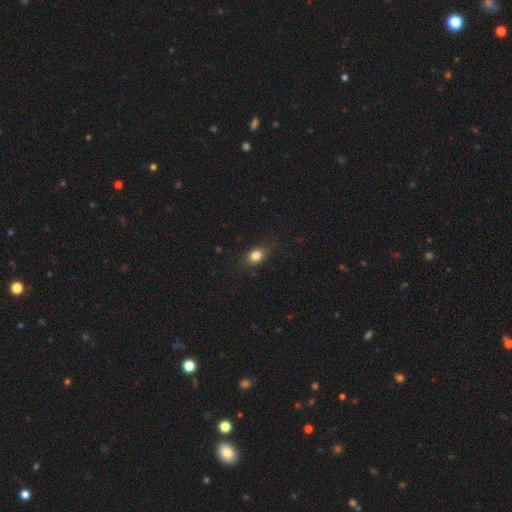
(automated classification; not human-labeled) This is clearly a smooth galaxy (82%). How rounded: possibly in between (60%). Merging: likely none (79%).